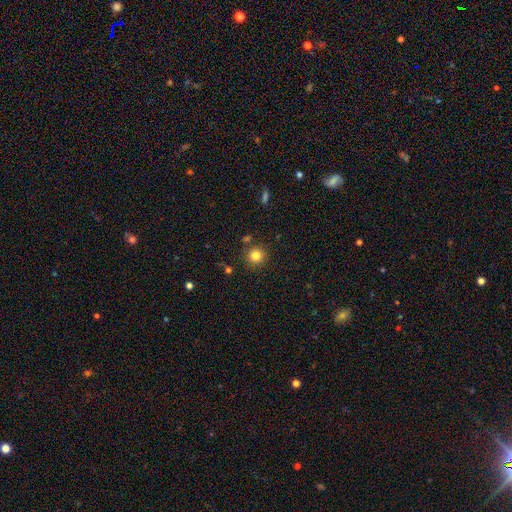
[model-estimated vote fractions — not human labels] smooth 82%, star or artifact 12%, featured or disk 6%. Down the decision tree: how rounded — round (93%); merging — none (86%).